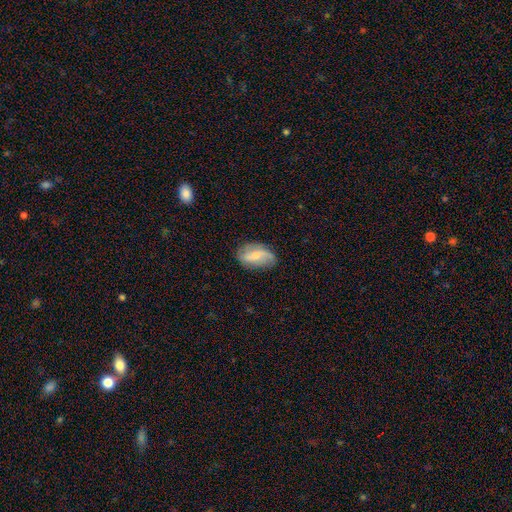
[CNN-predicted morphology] Smooth or featured? Predicted: featured or disk (p=0.52). Edge-on disk? Predicted: no (p=0.94). Merging? Predicted: none (p=0.71).